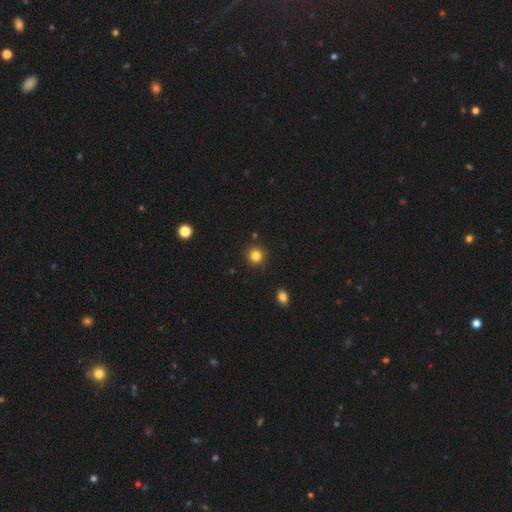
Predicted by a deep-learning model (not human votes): A smooth galaxy with no disk features (83%) that is round (92%). Merging: none (90%).